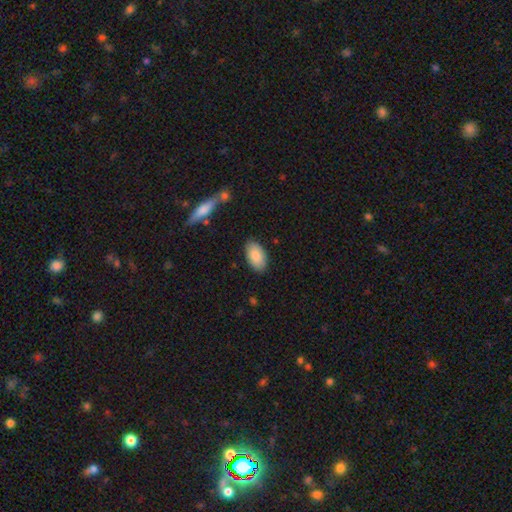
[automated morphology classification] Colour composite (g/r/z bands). It shows a smooth galaxy with no disk features (85%) that is in between round and cigar-shaped (95%). Merging: none (85%).